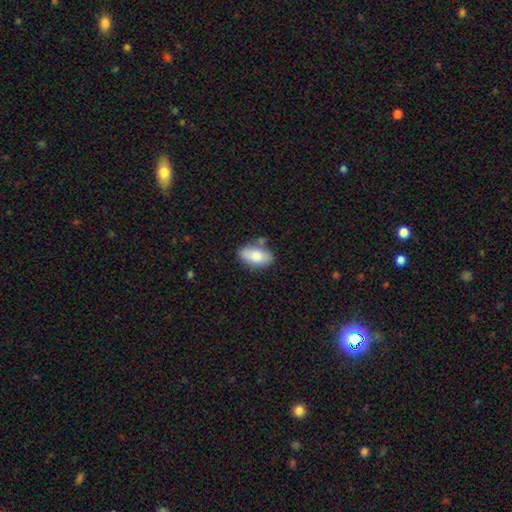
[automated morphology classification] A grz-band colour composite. It shows a smooth galaxy with no disk features (82%) that is in between round and cigar-shaped (92%). Merging: none (71%).